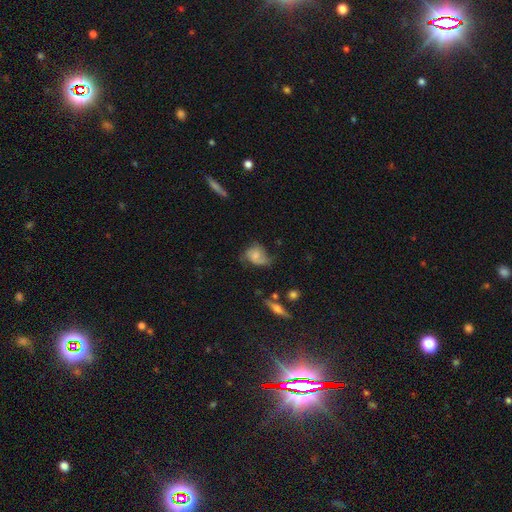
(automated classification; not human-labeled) Smooth or featured?
  - smooth: 48% *
  - featured or disk: 43%
  - star or artifact: 9%
Merging?
  - none: 40% *
  - minor disturbance: 34%
  - major disturbance: 22%
  - merger: 3%